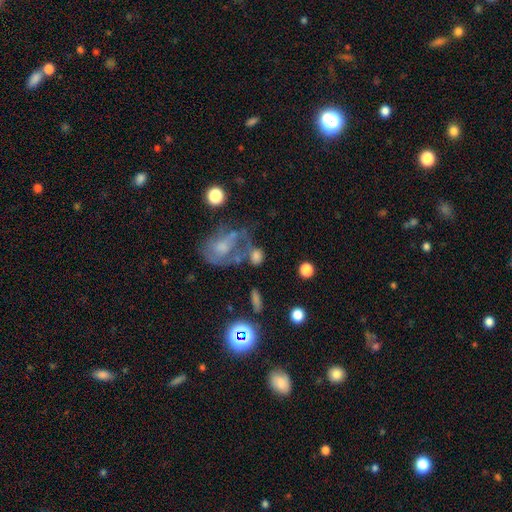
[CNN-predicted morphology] Smooth or featured?
  - smooth: 56% *
  - featured or disk: 28%
  - star or artifact: 16%
How rounded?
  - in between: 54% *
  - round: 42%
  - cigar-shaped: 4%
Merging?
  - none: 37% *
  - merger: 23%
  - major disturbance: 22%
  - minor disturbance: 17%